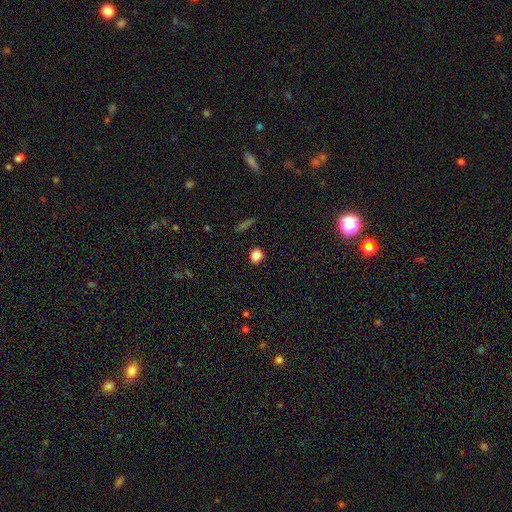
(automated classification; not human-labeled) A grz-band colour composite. It shows a smooth galaxy with no disk features (84%) that is round (73%). Merging: none (88%).